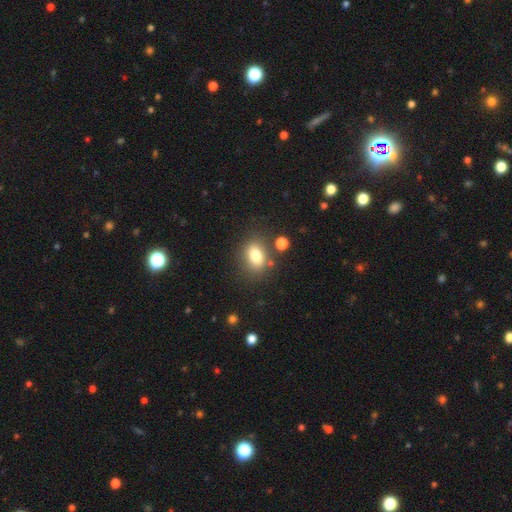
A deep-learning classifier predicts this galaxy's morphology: This is likely a smooth galaxy (78%). How rounded: likely in between (72%). Merging: likely none (75%).